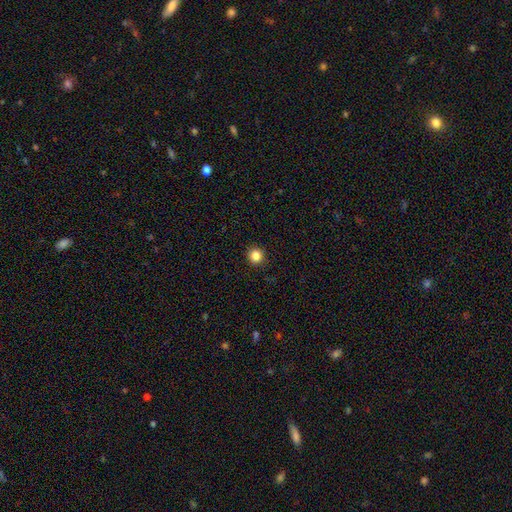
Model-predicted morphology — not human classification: Smooth or featured?
  - smooth: 84% *
  - star or artifact: 12%
  - featured or disk: 4%
How rounded?
  - round: 93% *
  - in between: 6%
  - cigar-shaped: 1%
Merging?
  - none: 92% *
  - minor disturbance: 5%
  - major disturbance: 2%
  - merger: 1%